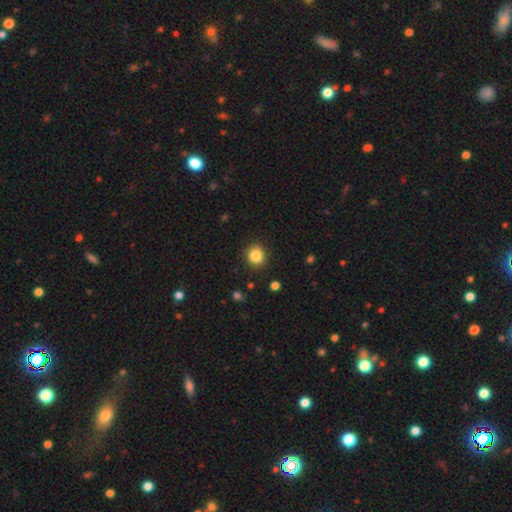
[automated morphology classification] This is clearly a smooth galaxy (85%). How rounded: clearly round (87%). Merging: clearly none (90%).